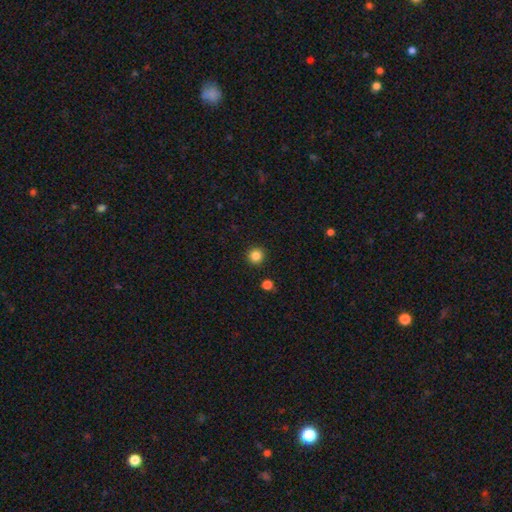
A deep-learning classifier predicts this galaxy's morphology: This appears to be a smooth galaxy with no disk features (85%) that is round (94%). Merging: none (92%).